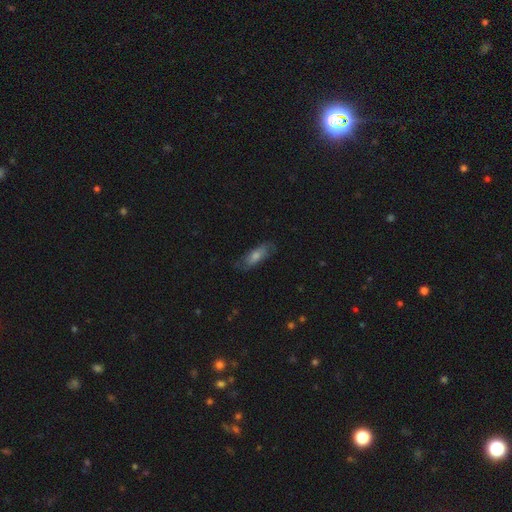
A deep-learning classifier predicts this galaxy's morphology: A smooth galaxy with no disk features (48%). Merging: none (73%).